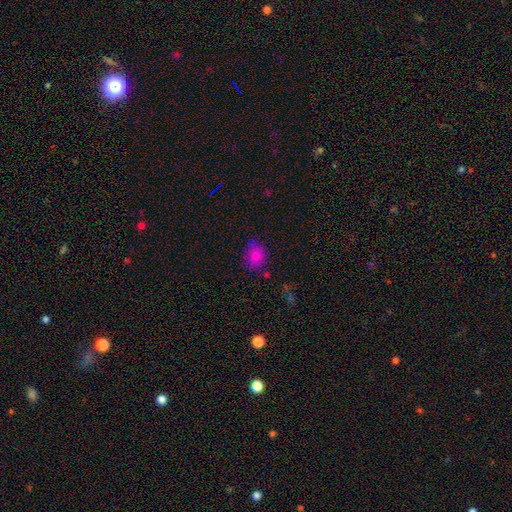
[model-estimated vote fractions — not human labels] smooth 83%, star or artifact 11%, featured or disk 6%. Down the decision tree: how rounded — in between (52%); merging — none (68%).